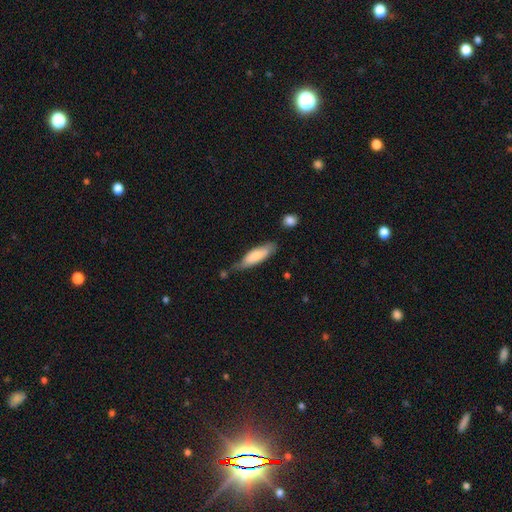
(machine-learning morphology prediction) Smooth or featured? smooth (76%)
How rounded? cigar-shaped (50%)
Merging? none (56%)